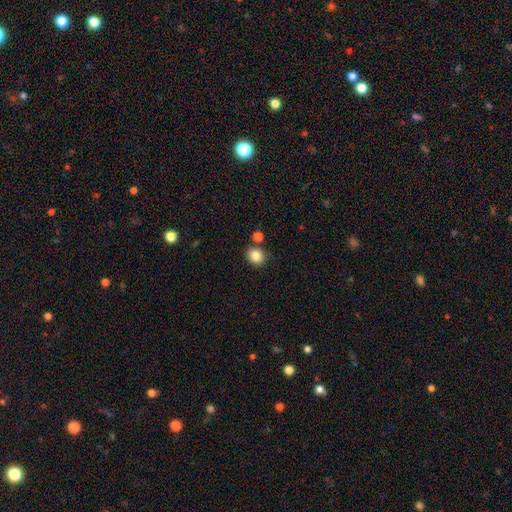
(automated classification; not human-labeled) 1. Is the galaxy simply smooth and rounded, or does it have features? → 84% smooth, 10% star or artifact, 6% featured or disk.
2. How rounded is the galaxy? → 72% round, 27% in between, 1% cigar-shaped.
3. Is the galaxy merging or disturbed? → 80% none, 9% minor disturbance, 9% merger, 2% major disturbance.